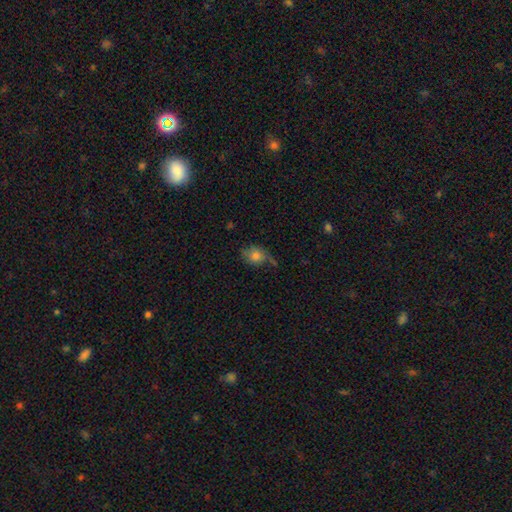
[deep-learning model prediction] Morphology: type=smooth (70%); roundness=in between (51%); merging=none (41%).